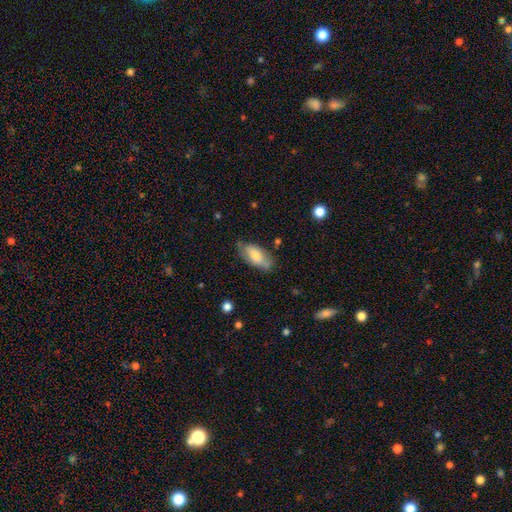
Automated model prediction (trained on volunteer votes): Smooth or featured: smooth — 71% (featured or disk — 22%)
How rounded: in between — 89% (cigar-shaped — 8%)
Merging: none — 66% (minor disturbance — 25%)